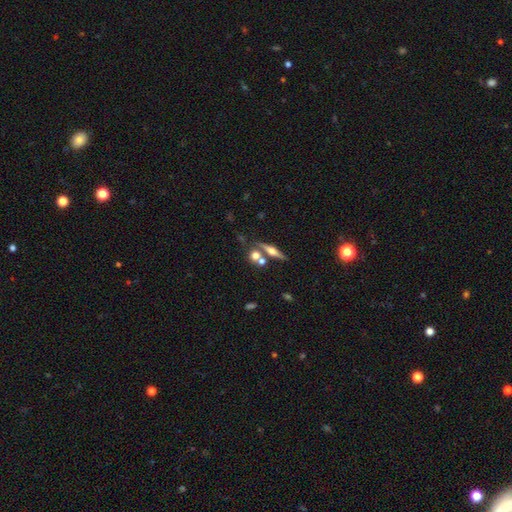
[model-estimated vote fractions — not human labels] This appears to be a featured or disk galaxy (45%). Merging: none (62%).